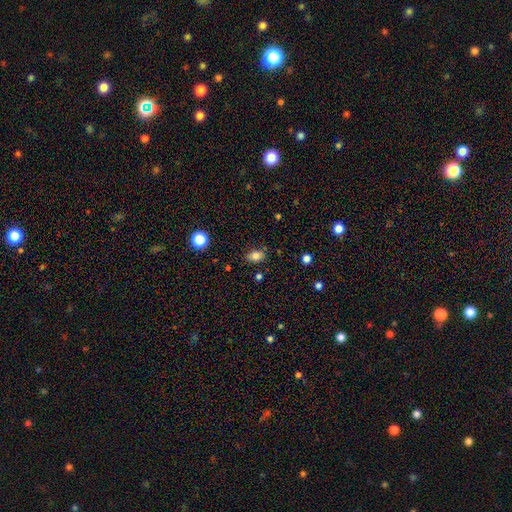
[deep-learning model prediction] Overall: smooth (80%). How rounded: in between (81%). Merging: none (83%).